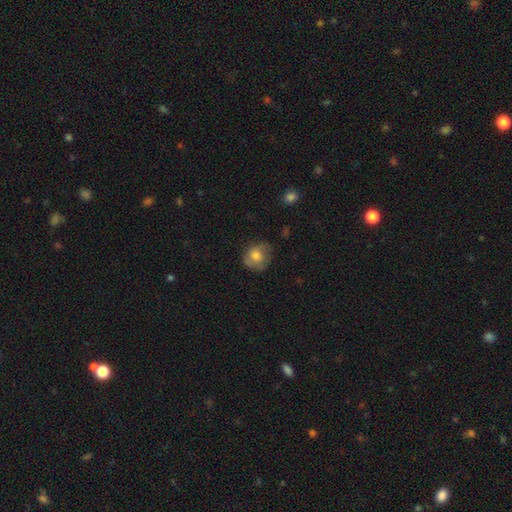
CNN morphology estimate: Smooth or featured? Predicted: smooth (p=0.59). How rounded? Predicted: round (p=0.78). Merging? Predicted: none (p=0.66).